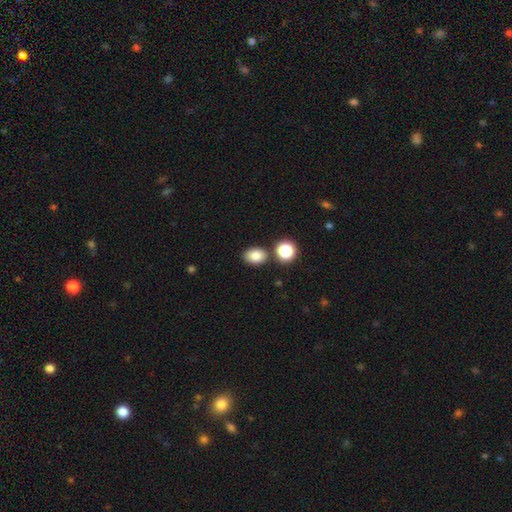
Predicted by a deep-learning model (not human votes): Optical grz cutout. It shows a smooth galaxy with no disk features (82%) that is in between round and cigar-shaped (69%). Merging: none (79%).